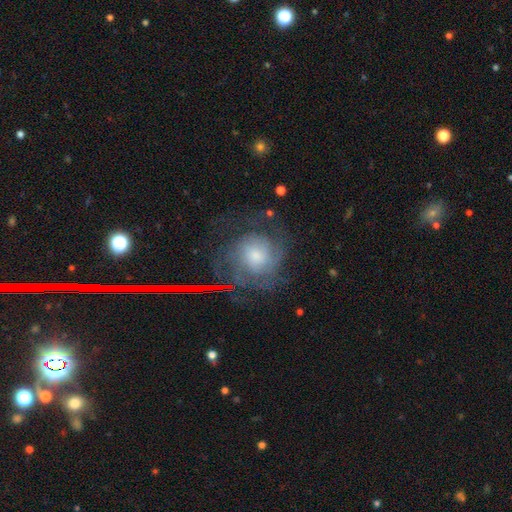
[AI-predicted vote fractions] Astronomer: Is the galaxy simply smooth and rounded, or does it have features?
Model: featured or disk — 64%.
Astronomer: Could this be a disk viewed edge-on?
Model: no — 96%.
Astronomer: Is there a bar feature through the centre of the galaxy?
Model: no — 74%.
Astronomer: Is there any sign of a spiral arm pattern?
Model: yes — 88%.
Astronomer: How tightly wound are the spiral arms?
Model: tight — 51% (runner-up: medium, 36%).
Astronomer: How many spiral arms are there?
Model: can't tell — 41% (runner-up: 2, 25%).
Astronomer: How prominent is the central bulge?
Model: moderate — 45% (runner-up: small, 33%).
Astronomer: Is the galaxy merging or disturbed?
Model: none — 64%.